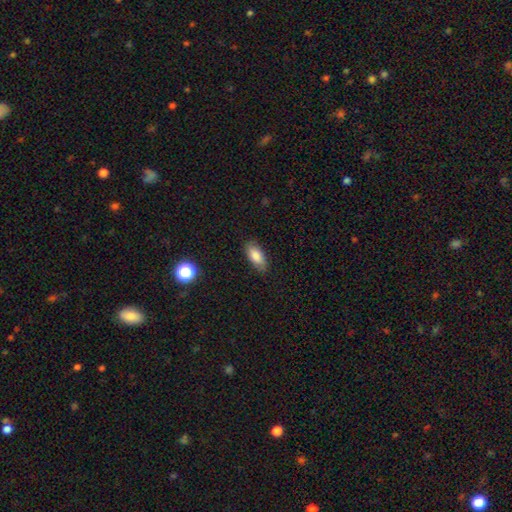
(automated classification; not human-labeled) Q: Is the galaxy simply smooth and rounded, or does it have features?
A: smooth — 83%.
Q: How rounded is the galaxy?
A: in between — 86%.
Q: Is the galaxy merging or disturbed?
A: none — 83%.